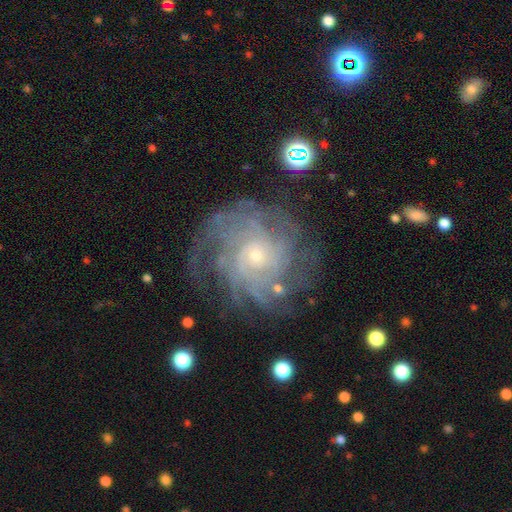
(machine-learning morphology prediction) Smooth or featured? featured or disk (85%)
Edge-on disk? no (97%)
Bar? no (78%)
Spiral arms? yes (95%)
Spiral winding? tight (67%)
Spiral arm count? can't tell (31%)
Bulge size? small (77%)
Merging? none (71%)